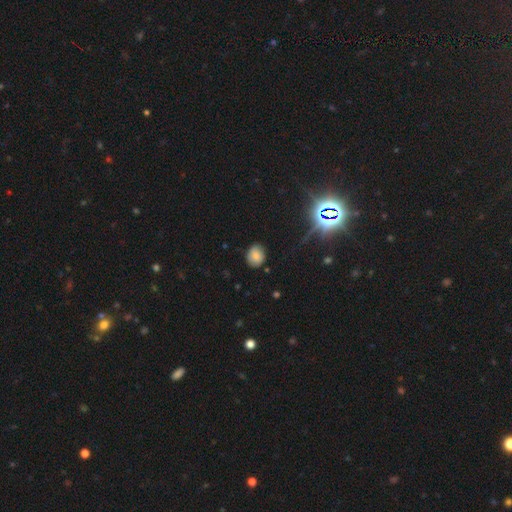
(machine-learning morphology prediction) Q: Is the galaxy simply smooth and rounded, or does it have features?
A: smooth — 75%.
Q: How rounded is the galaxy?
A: round — 61%.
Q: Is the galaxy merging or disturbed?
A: none — 80%.